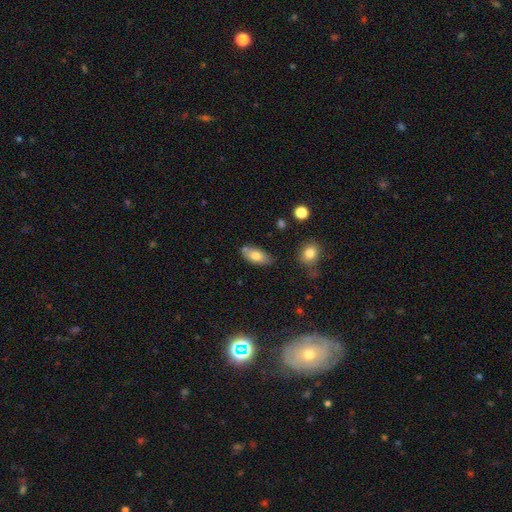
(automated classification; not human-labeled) This appears to be a smooth galaxy with no disk features (75%) that is in between round and cigar-shaped (89%). Merging: none (71%).